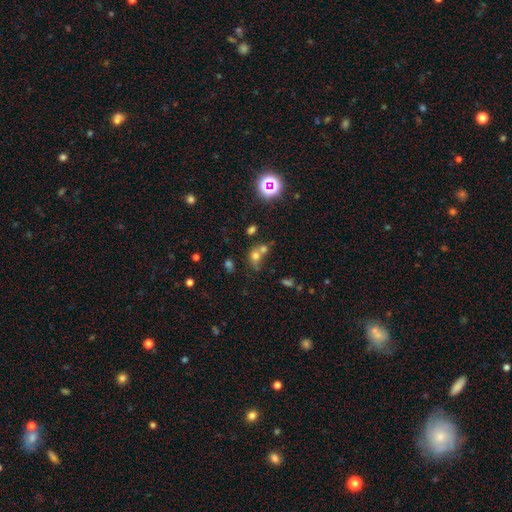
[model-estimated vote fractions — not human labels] This is likely a smooth galaxy (65%). How rounded: possibly round (53%). Merging: possibly merger (53%).